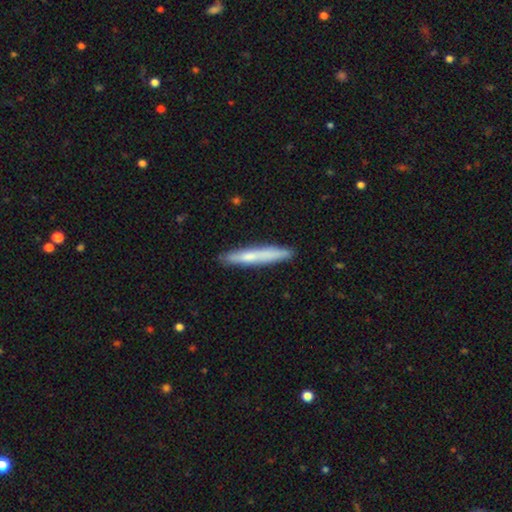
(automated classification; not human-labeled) A smooth galaxy with no disk features (64%) that is cigar-shaped (95%).

Vote fractions:
- Smooth or featured? smooth: 64% / featured or disk: 30% / star or artifact: 6%
- How rounded? cigar-shaped: 95% / in between: 3% / round: 1%
- Merging? none: 89% / minor disturbance: 8% / major disturbance: 1% / merger: 1%